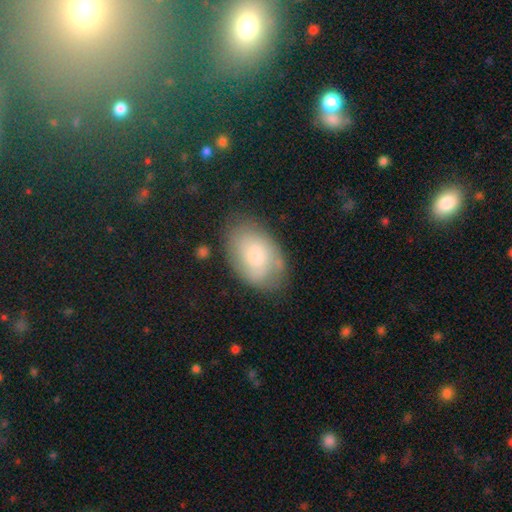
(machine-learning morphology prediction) Overall: smooth (62%; featured or disk 31%). How rounded: in between (89%). Merging: none (70%).